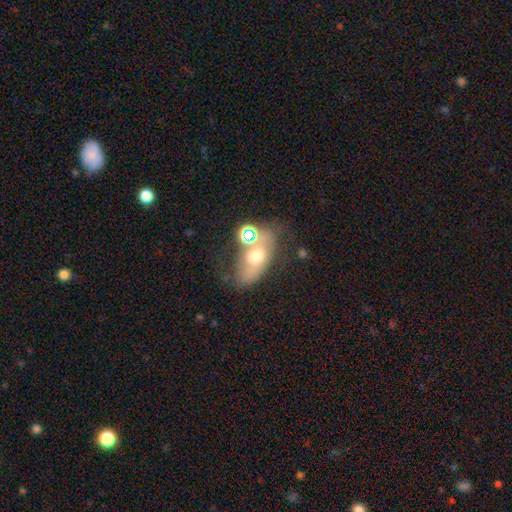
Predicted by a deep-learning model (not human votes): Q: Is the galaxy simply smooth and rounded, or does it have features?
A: smooth — 49%.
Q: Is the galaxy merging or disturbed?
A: none — 40%.